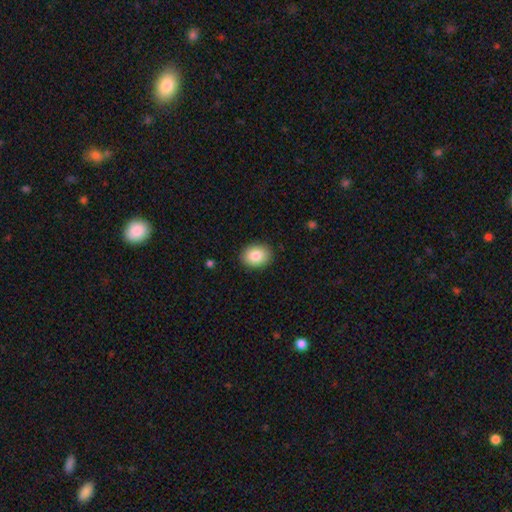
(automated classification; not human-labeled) This appears to be a smooth galaxy with no disk features (85%) that is in between round and cigar-shaped (56%). Merging: none (89%).